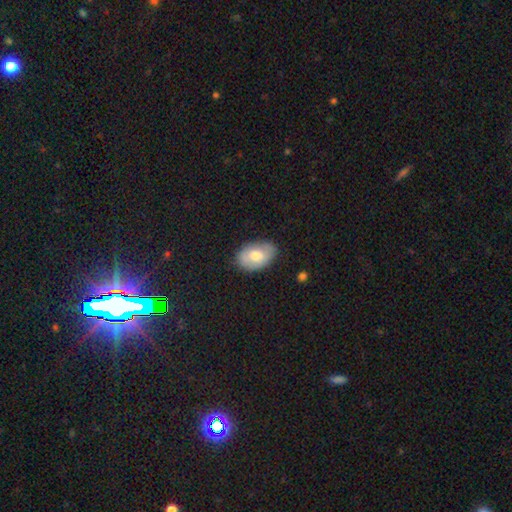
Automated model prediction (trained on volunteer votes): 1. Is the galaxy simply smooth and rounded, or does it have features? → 71% smooth, 23% featured or disk, 6% star or artifact.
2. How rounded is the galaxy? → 90% in between, 9% round, 1% cigar-shaped.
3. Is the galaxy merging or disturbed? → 79% none, 16% minor disturbance, 3% major disturbance, 1% merger.